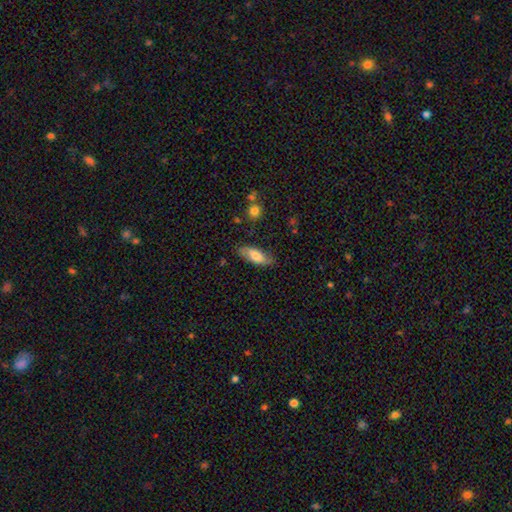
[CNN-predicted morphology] Smooth or featured? smooth (68%)
How rounded? in between (78%)
Merging? none (78%)